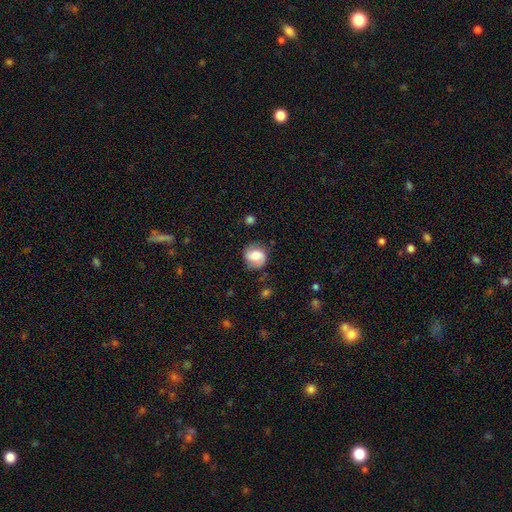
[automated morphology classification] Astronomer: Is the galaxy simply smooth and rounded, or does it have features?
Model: smooth — 63%.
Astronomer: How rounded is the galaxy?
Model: round — 75%.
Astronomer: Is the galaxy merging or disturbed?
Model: none — 71%.